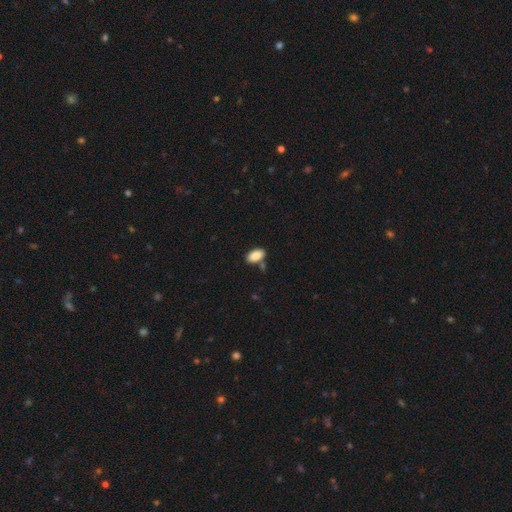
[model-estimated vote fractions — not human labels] A smooth galaxy with no disk features (88%) that is in between round and cigar-shaped (94%). Merging: none (74%).